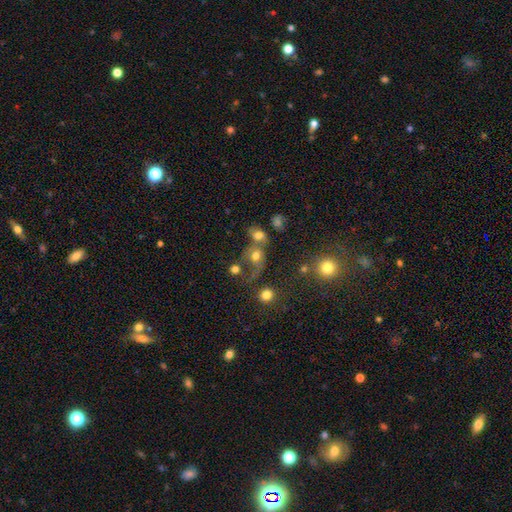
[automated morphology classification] A smooth galaxy with no disk features (64%) that is round (69%). Merging: merger (42%).